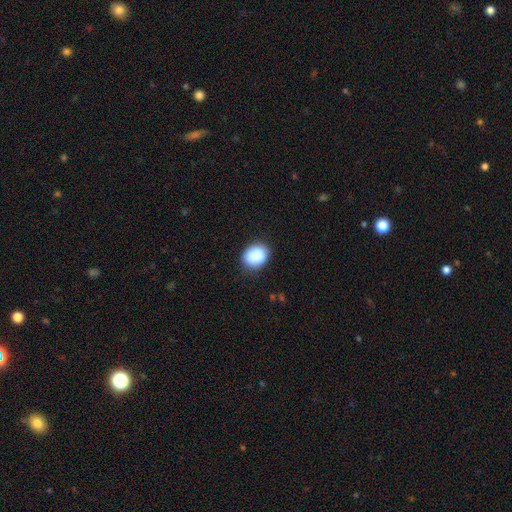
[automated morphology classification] The model was most divided on "how rounded": round: 53%, in between: 46%, cigar-shaped: 1%. More confident: smooth or featured — smooth (89%); merging — none (84%).